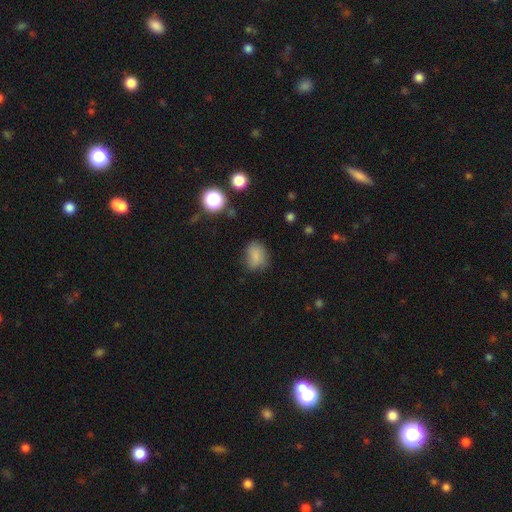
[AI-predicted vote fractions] smooth-or-featured: smooth: 79% | star or artifact: 13% | featured or disk: 8%
  how-rounded: in between: 61% | round: 37% | cigar-shaped: 1%
  merging: none: 65% | minor disturbance: 25% | major disturbance: 8% | merger: 2%